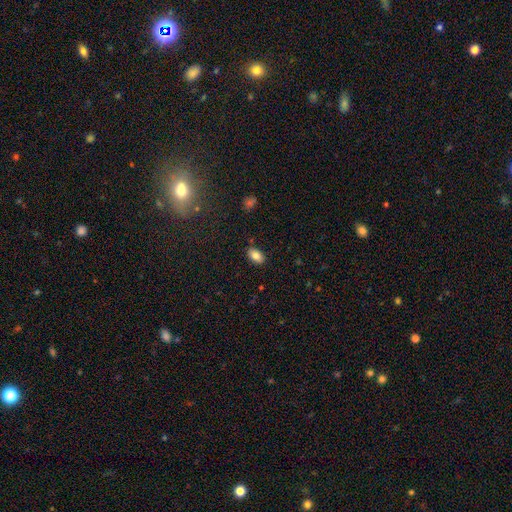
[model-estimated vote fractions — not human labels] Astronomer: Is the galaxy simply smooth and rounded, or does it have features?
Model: smooth — 83%.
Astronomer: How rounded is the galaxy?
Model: in between — 89%.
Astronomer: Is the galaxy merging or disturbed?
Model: none — 85%.